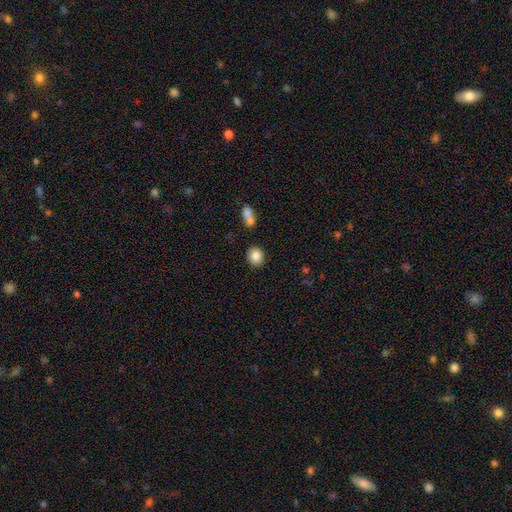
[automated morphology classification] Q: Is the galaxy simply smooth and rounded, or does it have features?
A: smooth — 85%.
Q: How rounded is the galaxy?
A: round — 69%.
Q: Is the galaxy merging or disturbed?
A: none — 84%.